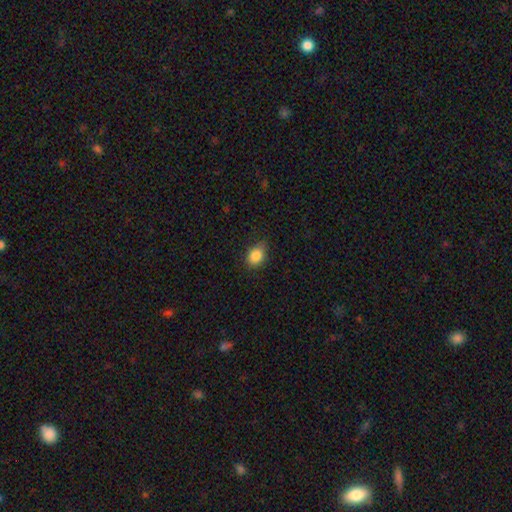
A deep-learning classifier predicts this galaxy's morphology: smooth_or_featured: smooth (p=0.87) [alt: star or artifact p=0.09]
how_rounded: in between (p=0.60) [alt: round p=0.39]
merging: none (p=0.75) [alt: minor disturbance p=0.20]